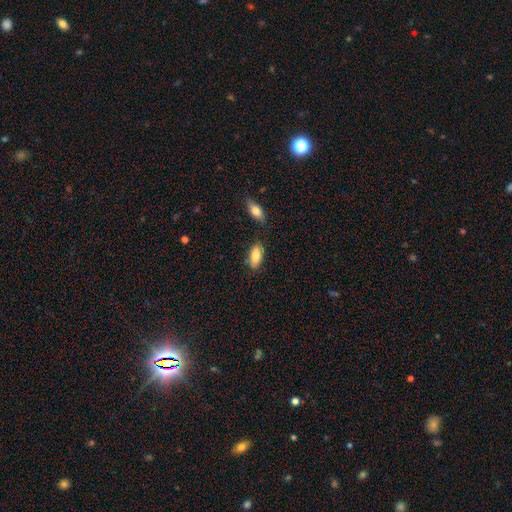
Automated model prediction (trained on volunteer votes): Smooth or featured?
  - smooth: 86% *
  - featured or disk: 8%
  - star or artifact: 6%
How rounded?
  - in between: 86% *
  - cigar-shaped: 12%
  - round: 2%
Merging?
  - none: 78% *
  - minor disturbance: 14%
  - merger: 6%
  - major disturbance: 3%